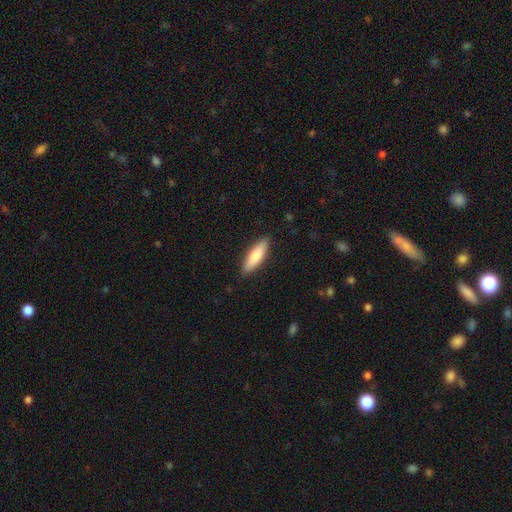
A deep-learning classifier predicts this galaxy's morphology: smooth 77%, featured or disk 18%, star or artifact 5%. Down the decision tree: how rounded — cigar-shaped (58%); merging — none (88%).